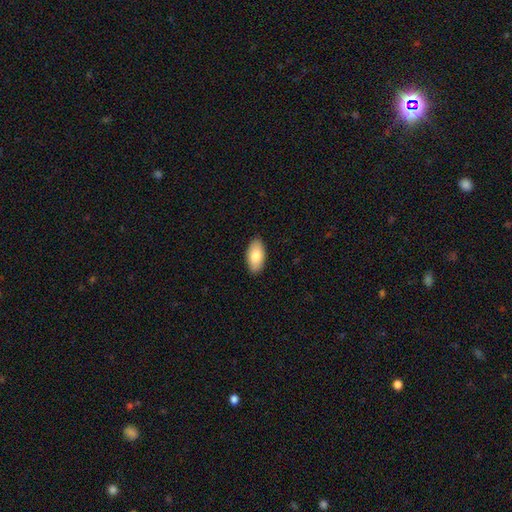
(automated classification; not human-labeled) Smooth or featured: smooth — 81% (featured or disk — 13%)
How rounded: in between — 94% (cigar-shaped — 3%)
Merging: none — 89% (minor disturbance — 8%)